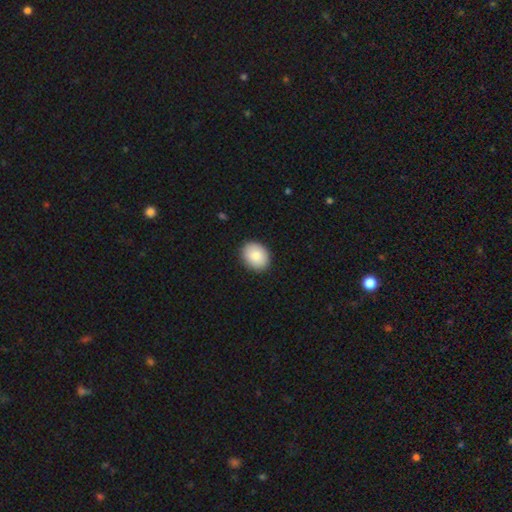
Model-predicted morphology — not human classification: This appears to be a smooth galaxy with no disk features (86%) that is in between round and cigar-shaped (54%). Merging: none (90%).